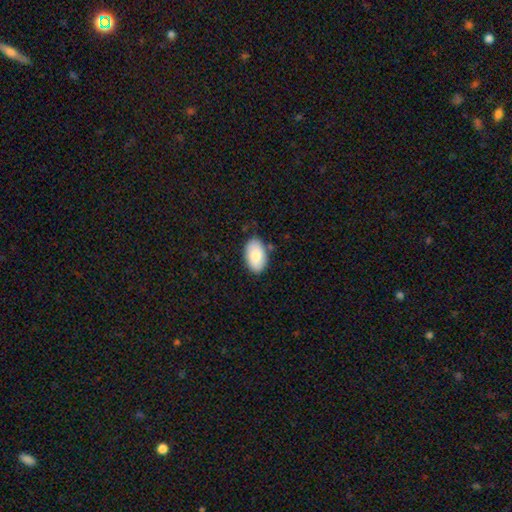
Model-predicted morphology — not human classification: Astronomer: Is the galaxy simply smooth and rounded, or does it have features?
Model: smooth — 82%.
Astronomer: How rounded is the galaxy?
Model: in between — 93%.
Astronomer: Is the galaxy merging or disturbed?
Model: none — 81%.